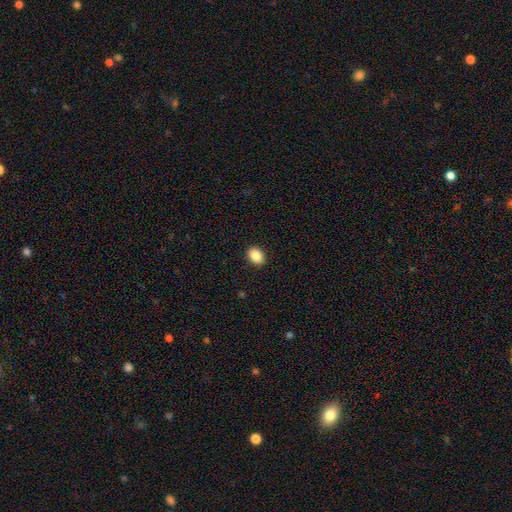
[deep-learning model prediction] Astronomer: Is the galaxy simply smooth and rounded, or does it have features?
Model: smooth — 88%.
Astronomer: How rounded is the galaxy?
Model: in between — 68%.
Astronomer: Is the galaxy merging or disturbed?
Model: none — 91%.